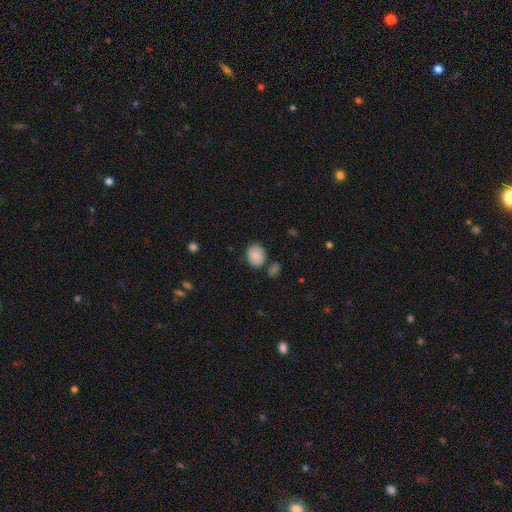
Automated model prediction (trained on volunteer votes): The model was most divided on "how rounded": round: 55%, in between: 44%, cigar-shaped: 1%. More confident: smooth or featured — smooth (88%); merging — none (73%).